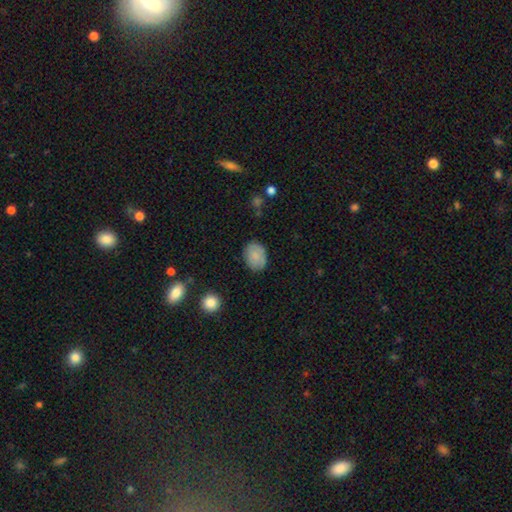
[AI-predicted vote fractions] Morphology: type=smooth (81%); roundness=in between (65%); merging=none (80%).